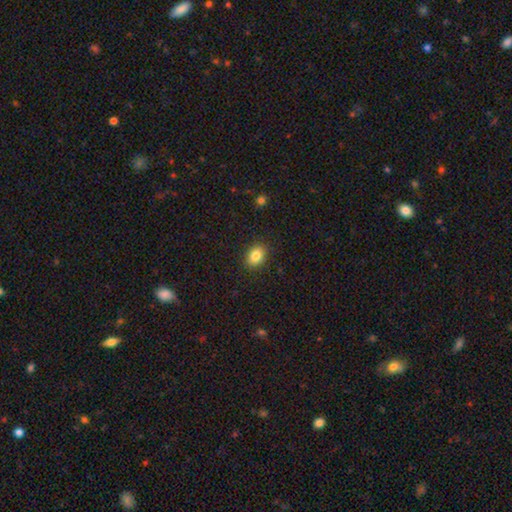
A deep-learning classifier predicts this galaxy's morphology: A smooth galaxy with no disk features (84%) that is in between round and cigar-shaped (71%). Merging: none (88%).